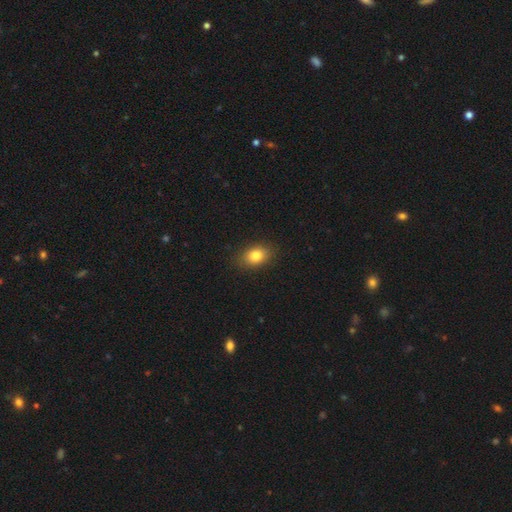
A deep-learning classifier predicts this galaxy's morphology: Smooth or featured? smooth (82%)
How rounded? in between (74%)
Merging? none (87%)